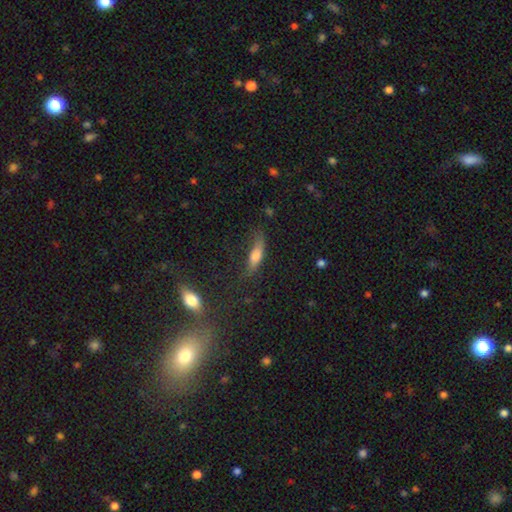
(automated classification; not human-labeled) A smooth galaxy with no disk features (65%) that is cigar-shaped (60%). Merging: none (60%).